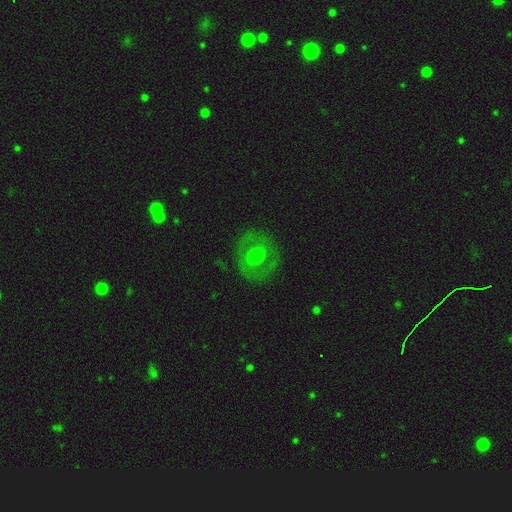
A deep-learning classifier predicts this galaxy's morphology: Smooth or featured? smooth (48%)
Merging? none (82%)